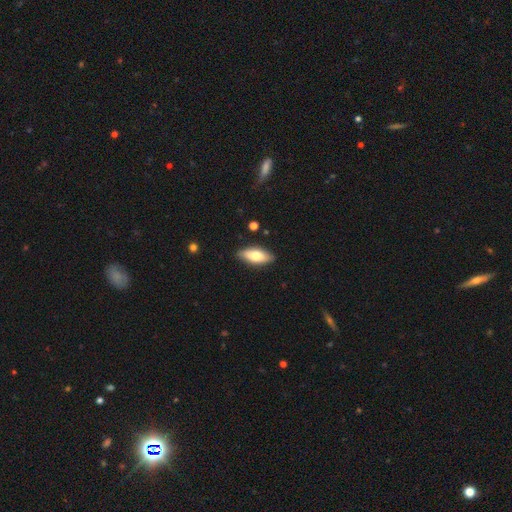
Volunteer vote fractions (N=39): This is likely a smooth galaxy (74%). How rounded: clearly in between (86%). Merging: clearly none (86%).